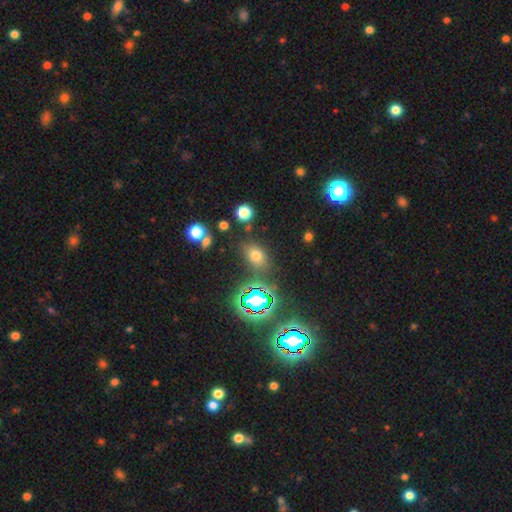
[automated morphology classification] type=smooth (64%); roundness=in between (74%); merging=none (76%).